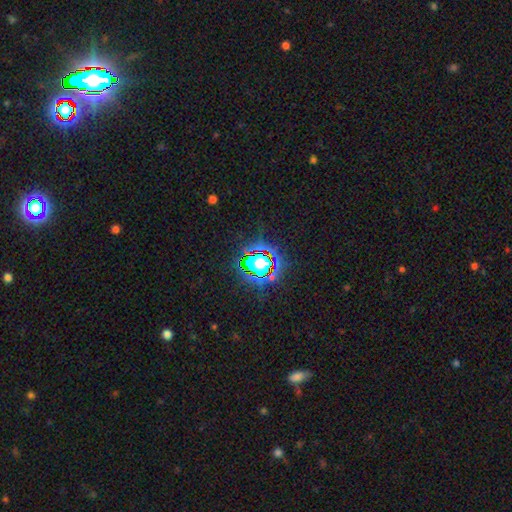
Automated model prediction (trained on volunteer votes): Q: Smooth or featured?
A: star or artifact (78%); runner-up: smooth (14%)